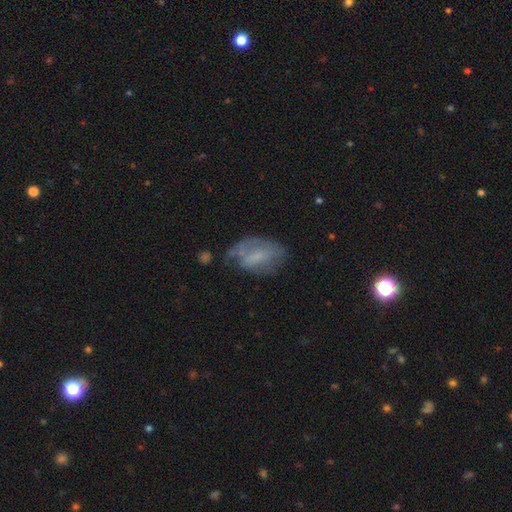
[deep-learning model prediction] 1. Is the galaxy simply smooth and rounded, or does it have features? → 47% smooth, 43% featured or disk, 11% star or artifact.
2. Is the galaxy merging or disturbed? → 43% none, 30% minor disturbance, 22% major disturbance, 5% merger.